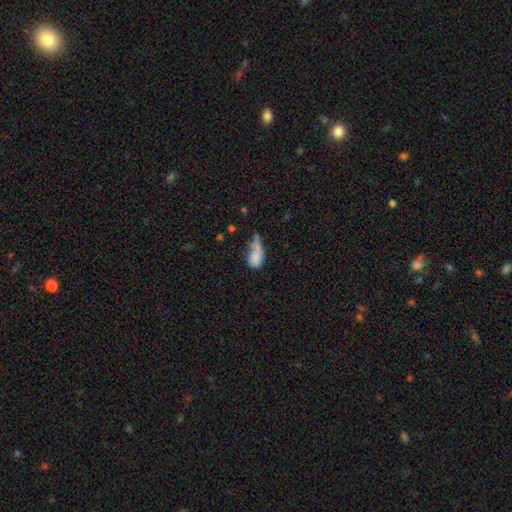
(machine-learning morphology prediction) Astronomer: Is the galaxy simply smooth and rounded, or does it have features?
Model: smooth — 69%.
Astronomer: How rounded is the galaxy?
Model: in between — 79%.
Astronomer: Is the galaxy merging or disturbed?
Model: major disturbance — 34% (runner-up: minor disturbance, 24%).